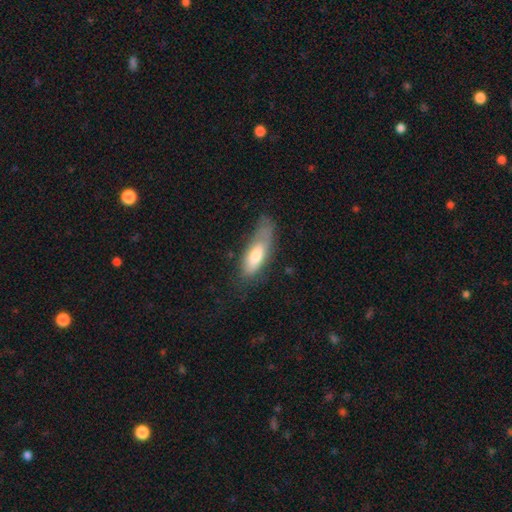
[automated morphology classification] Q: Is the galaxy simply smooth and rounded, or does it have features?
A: smooth — 68%.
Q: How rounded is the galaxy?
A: in between — 60%.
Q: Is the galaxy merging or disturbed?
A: none — 43%.